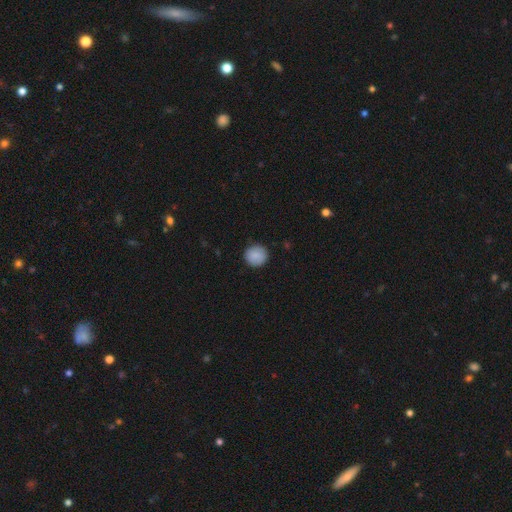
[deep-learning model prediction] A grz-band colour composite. It shows a smooth galaxy with no disk features (88%) that is round (92%). Merging: none (89%).